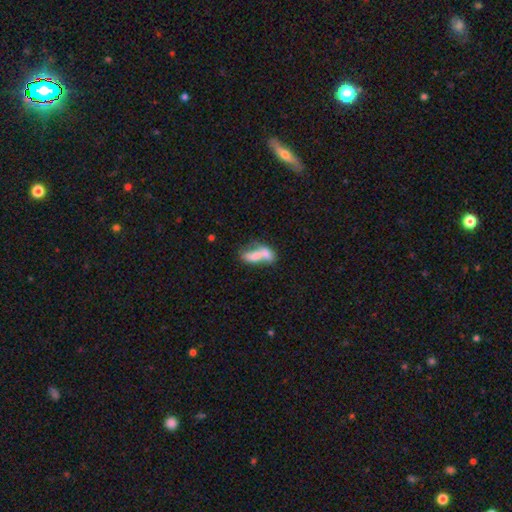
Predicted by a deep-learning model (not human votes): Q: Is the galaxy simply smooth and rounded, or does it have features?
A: smooth — 62%.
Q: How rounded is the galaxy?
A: in between — 73%.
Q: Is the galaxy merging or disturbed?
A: merger — 63%.